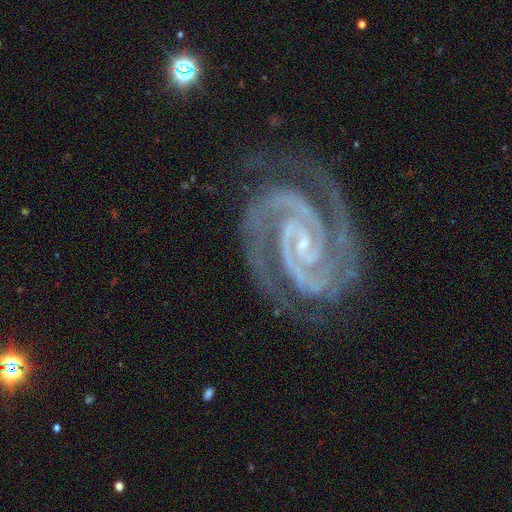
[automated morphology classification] Smooth or featured? featured or disk (94%)
Edge-on disk? no (98%)
Bar? no (38%)
Spiral arms? yes (99%)
Spiral winding? tight (73%)
Spiral arm count? 2 (89%)
Bulge size? small (81%)
Merging? none (80%)